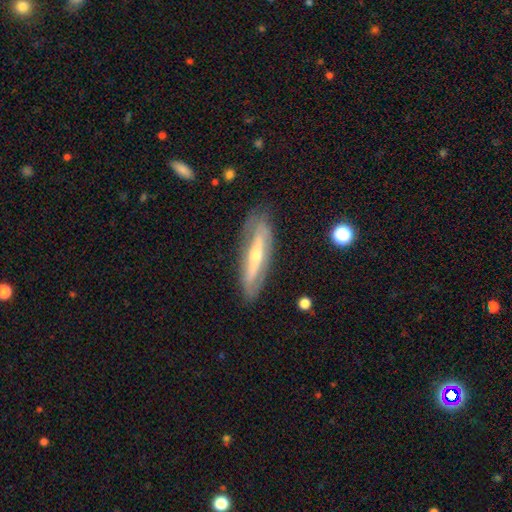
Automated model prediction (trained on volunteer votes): A featured or disk galaxy (71%). Merging: none (79%).